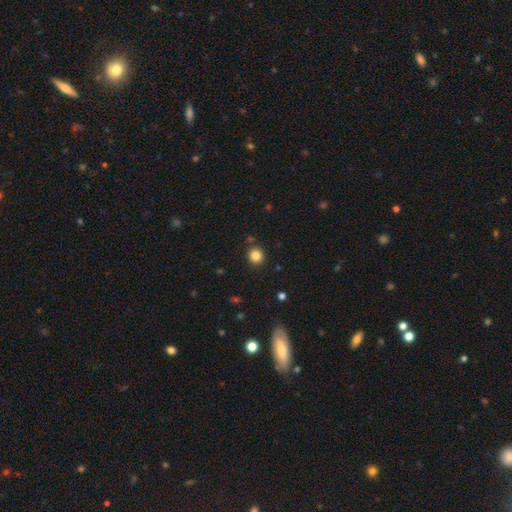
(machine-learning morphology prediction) smooth_or_featured: smooth (p=0.84) [alt: star or artifact p=0.12]
how_rounded: round (p=0.91) [alt: in between p=0.08]
merging: none (p=0.88) [alt: minor disturbance p=0.07]